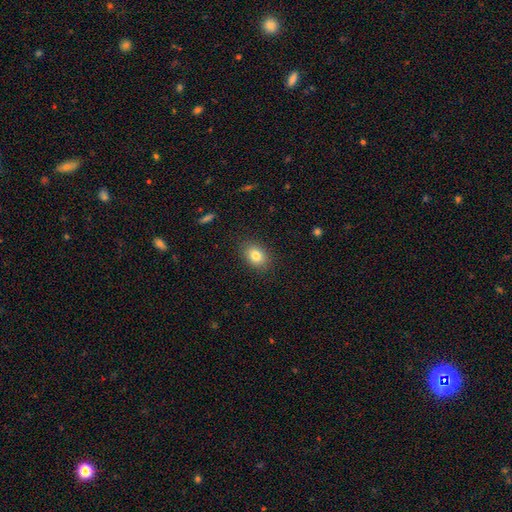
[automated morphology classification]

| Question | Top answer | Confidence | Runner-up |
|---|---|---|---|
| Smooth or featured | smooth | 82% | star or artifact (10%) |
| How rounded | in between | 71% | round (28%) |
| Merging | none | 87% | minor disturbance (9%) |